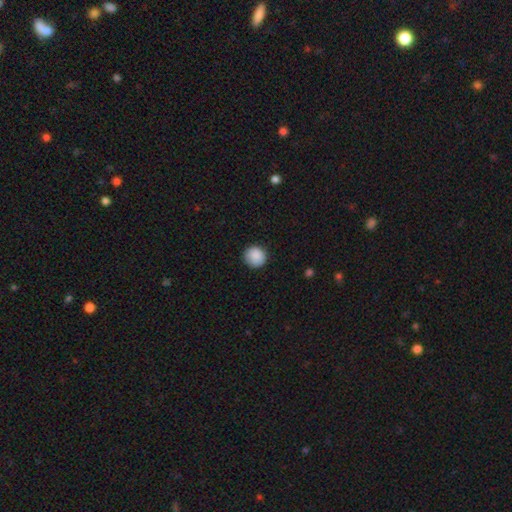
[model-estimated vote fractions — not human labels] Smooth or featured?
  - smooth: 89% *
  - star or artifact: 8%
  - featured or disk: 3%
How rounded?
  - round: 94% *
  - in between: 5%
  - cigar-shaped: 1%
Merging?
  - none: 89% *
  - minor disturbance: 8%
  - major disturbance: 2%
  - merger: 1%